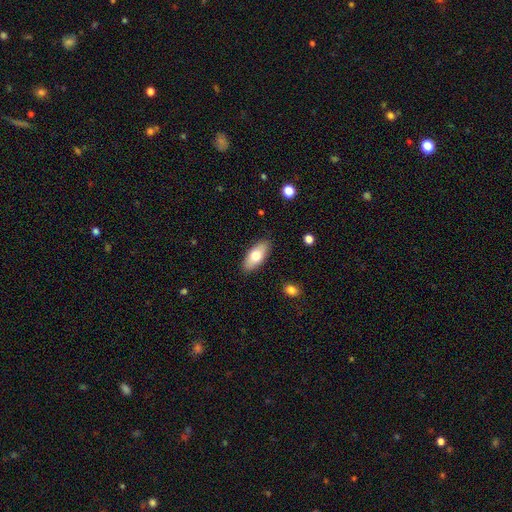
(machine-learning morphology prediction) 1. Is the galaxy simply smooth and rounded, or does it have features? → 73% smooth, 20% featured or disk, 6% star or artifact.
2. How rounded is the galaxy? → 85% in between, 13% cigar-shaped, 2% round.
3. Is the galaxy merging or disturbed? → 87% none, 9% minor disturbance, 2% major disturbance, 1% merger.